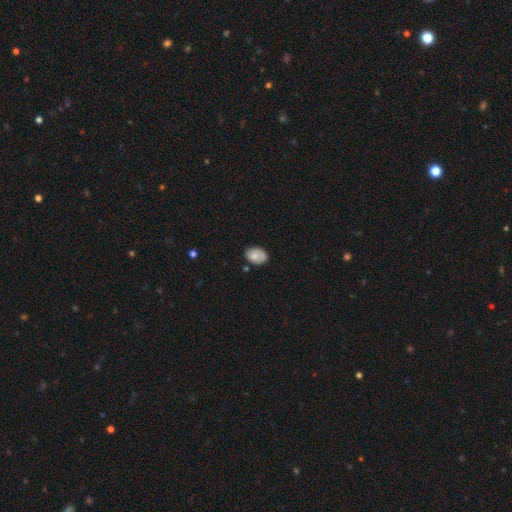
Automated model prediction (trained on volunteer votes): Smooth or featured?
  - smooth: 79% *
  - featured or disk: 14%
  - star or artifact: 7%
How rounded?
  - in between: 81% *
  - round: 18%
  - cigar-shaped: 1%
Merging?
  - none: 72% *
  - minor disturbance: 21%
  - major disturbance: 4%
  - merger: 4%